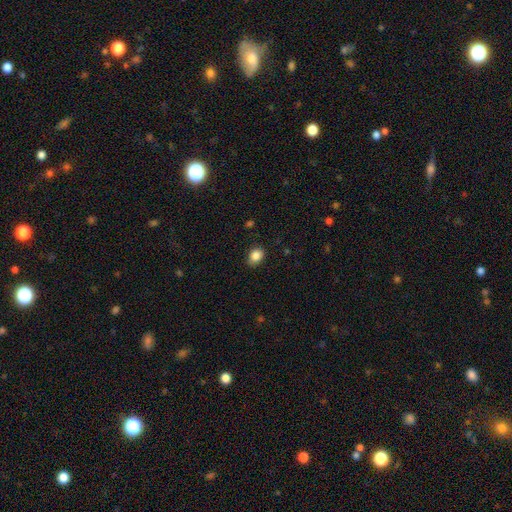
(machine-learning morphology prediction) Smooth or featured?
  - smooth: 87% *
  - star or artifact: 9%
  - featured or disk: 4%
How rounded?
  - in between: 69% *
  - round: 30%
  - cigar-shaped: 1%
Merging?
  - none: 83% *
  - minor disturbance: 13%
  - major disturbance: 3%
  - merger: 1%